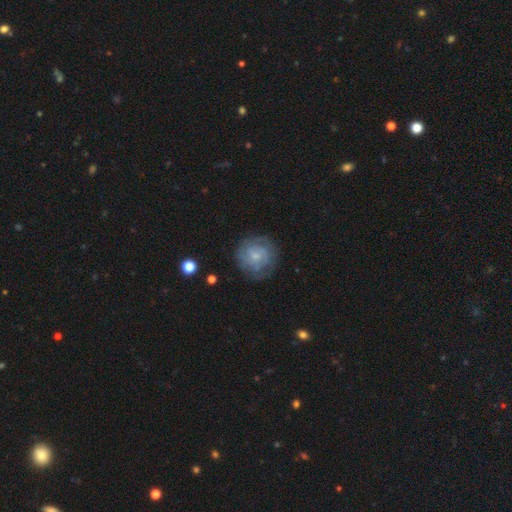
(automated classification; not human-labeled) A featured or disk galaxy (59%) with no bar (67%), spiral arms (79%) and a small central bulge (57%).

Vote fractions:
- Smooth or featured? featured or disk: 59% / smooth: 34% / star or artifact: 7%
- Edge-on disk? no: 98% / yes: 2%
- Bar? no: 67% / weak: 29% / strong: 4%
- Spiral arms? yes: 79% / no: 21%
- Bulge size? small: 57% / moderate: 24% / none: 14% / large: 3% / dominant: 1%
- Merging? none: 75% / minor disturbance: 16% / major disturbance: 8% / merger: 1%